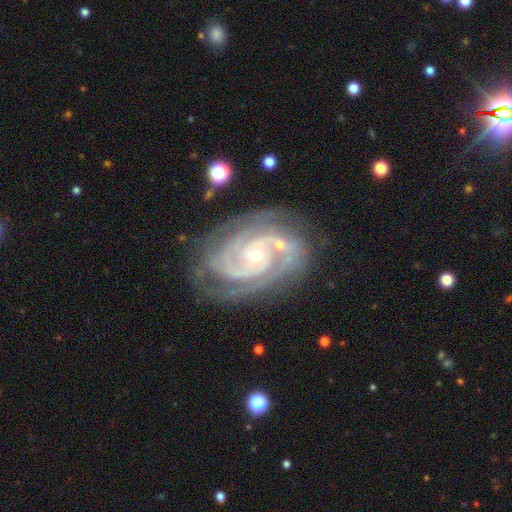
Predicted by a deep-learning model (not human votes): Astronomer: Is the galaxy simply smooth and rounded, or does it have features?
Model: featured or disk — 93%.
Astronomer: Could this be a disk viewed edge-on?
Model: no — 97%.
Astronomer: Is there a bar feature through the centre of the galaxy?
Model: no — 61%.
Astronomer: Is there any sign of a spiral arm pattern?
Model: yes — 99%.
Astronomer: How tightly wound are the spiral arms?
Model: tight — 73%.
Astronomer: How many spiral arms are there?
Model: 2 — 41% (runner-up: 3, 33%).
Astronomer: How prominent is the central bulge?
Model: small — 59% (runner-up: moderate, 38%).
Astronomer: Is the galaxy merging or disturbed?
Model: none — 74%.